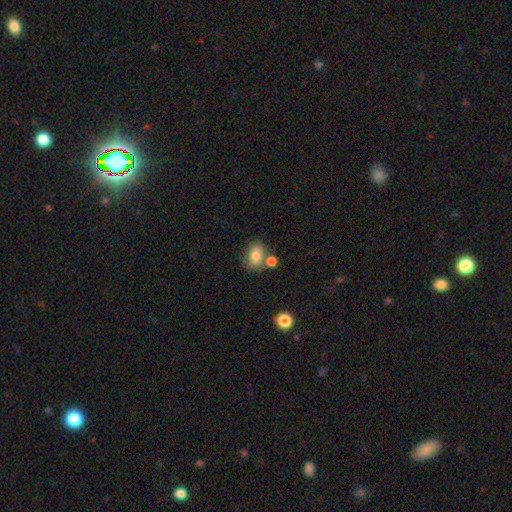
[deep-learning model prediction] Overall: smooth (81%). How rounded: in between (67%; round 32%). Merging: none (58%; merger 24%).